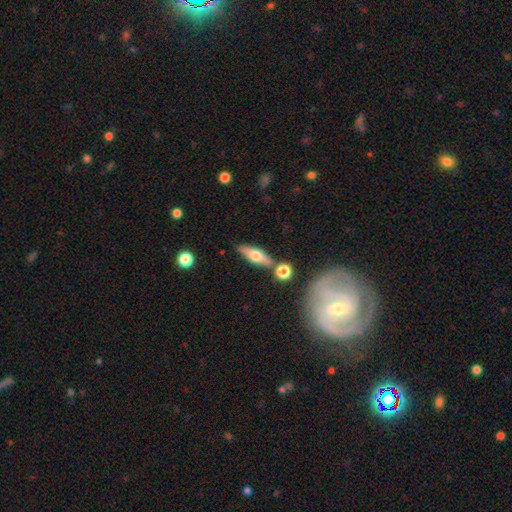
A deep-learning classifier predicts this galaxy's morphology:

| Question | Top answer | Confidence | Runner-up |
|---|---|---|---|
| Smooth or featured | smooth | 53% | featured or disk (40%) |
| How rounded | cigar-shaped | 48% | tied: in between (48%) |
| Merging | none | 78% | minor disturbance (11%) |